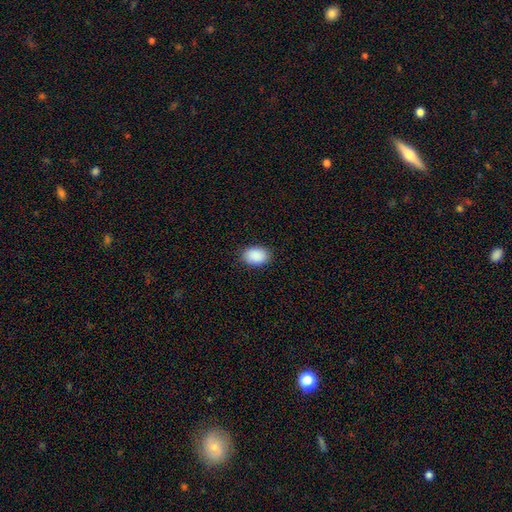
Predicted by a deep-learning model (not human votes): A smooth galaxy with no disk features (91%) that is in between round and cigar-shaped (79%).

Vote fractions:
- Smooth or featured? smooth: 91% / star or artifact: 7% / featured or disk: 2%
- How rounded? in between: 79% / round: 20% / cigar-shaped: 1%
- Merging? none: 88% / minor disturbance: 9% / major disturbance: 2% / merger: 1%